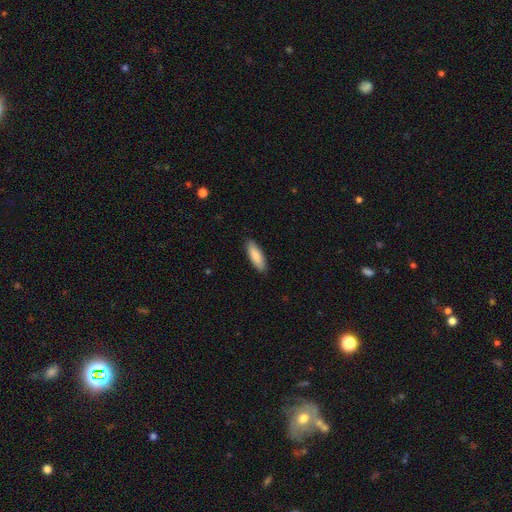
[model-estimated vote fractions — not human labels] This is clearly a smooth galaxy (87%). How rounded: likely in between (60%). Merging: clearly none (87%).